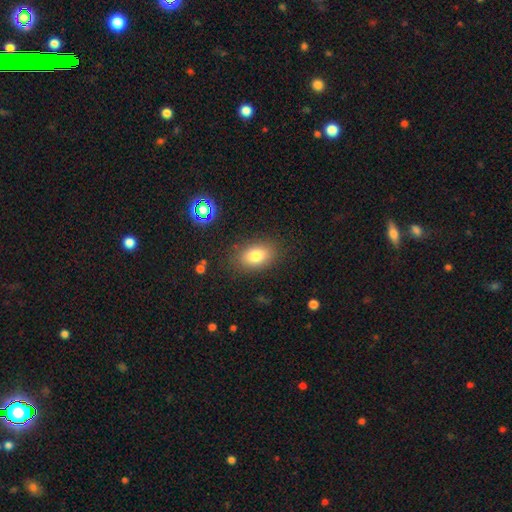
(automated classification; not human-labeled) Smooth or featured: smooth — 80% (star or artifact — 10%)
How rounded: in between — 86% (round — 12%)
Merging: none — 84% (minor disturbance — 11%)